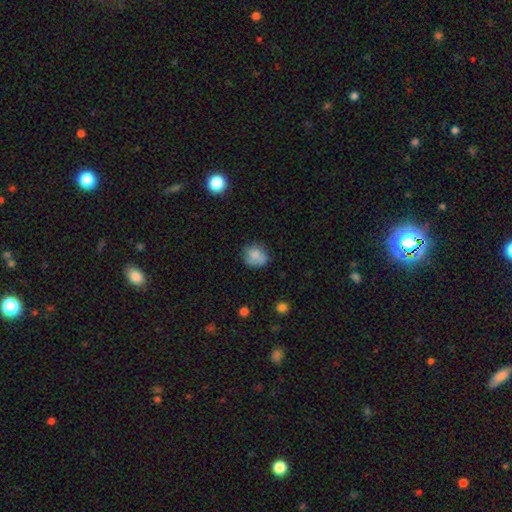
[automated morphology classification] Smooth or featured?
  - smooth: 78% *
  - featured or disk: 12%
  - star or artifact: 9%
How rounded?
  - round: 69% *
  - in between: 30%
  - cigar-shaped: 1%
Merging?
  - none: 61% *
  - minor disturbance: 25%
  - major disturbance: 7%
  - merger: 6%